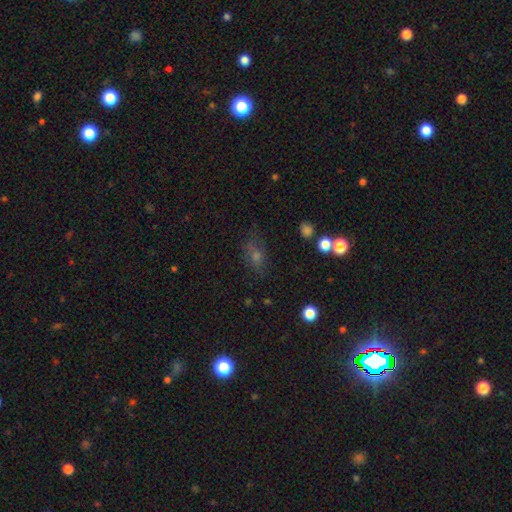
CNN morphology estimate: Overall: smooth (50%; star or artifact 31%). How rounded: in between (69%). Merging: none (67%).